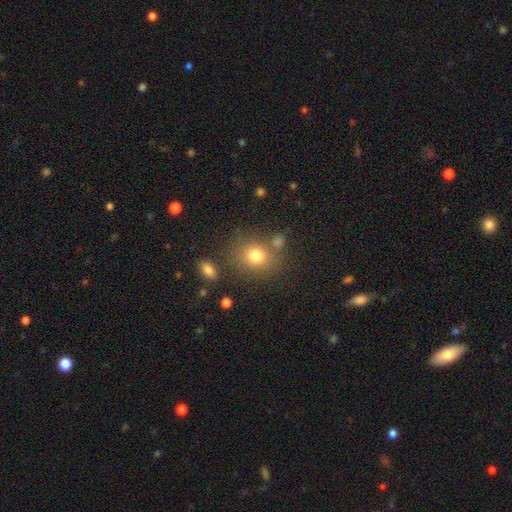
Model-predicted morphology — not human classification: smooth 77%, star or artifact 13%, featured or disk 10%. Down the decision tree: how rounded — round (72%); merging — none (72%).